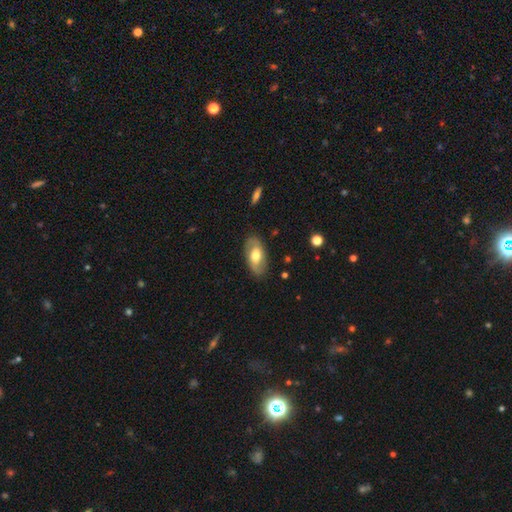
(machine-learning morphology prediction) smooth_or_featured: smooth (p=0.47) [tied with: featured or disk p=0.47]
merging: none (p=0.83) [alt: minor disturbance p=0.13]